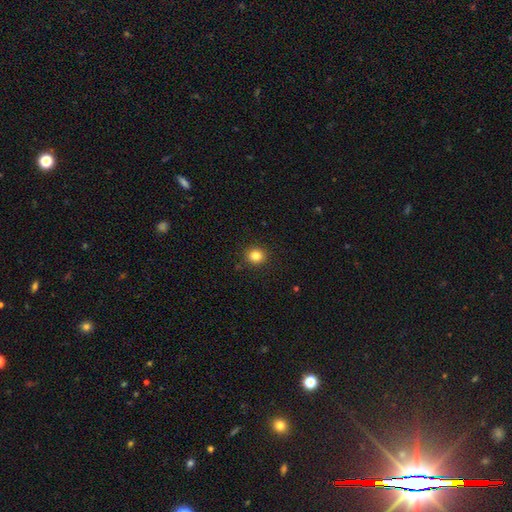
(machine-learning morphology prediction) smooth_or_featured: smooth (p=0.83) [alt: star or artifact p=0.12]
how_rounded: round (p=0.86) [alt: in between p=0.13]
merging: none (p=0.91) [alt: minor disturbance p=0.06]